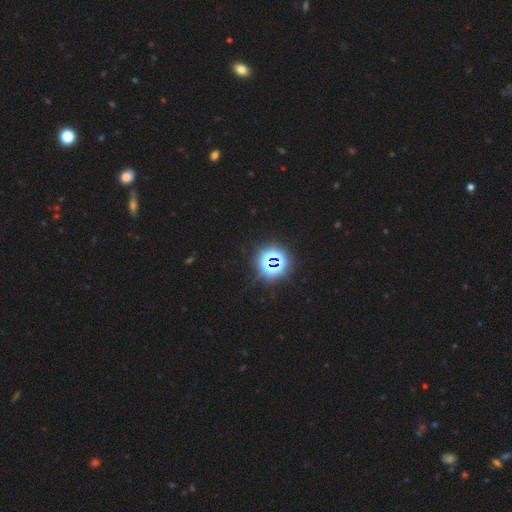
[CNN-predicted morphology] smooth-or-featured: star or artifact: 80% | smooth: 14% | featured or disk: 6%